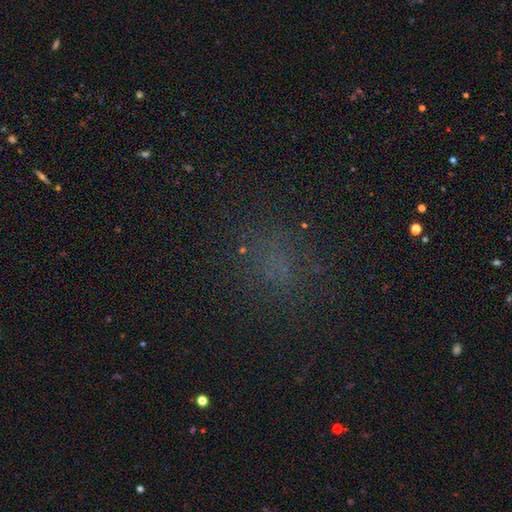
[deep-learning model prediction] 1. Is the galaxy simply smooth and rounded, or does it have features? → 49% smooth, 40% star or artifact, 11% featured or disk.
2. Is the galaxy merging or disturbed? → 77% none, 12% minor disturbance, 9% major disturbance, 2% merger.